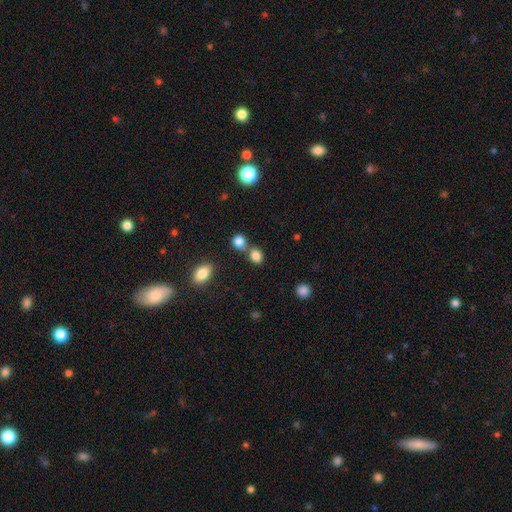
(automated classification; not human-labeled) Morphology: type=smooth (82%); roundness=round (53%); merging=none (53%).